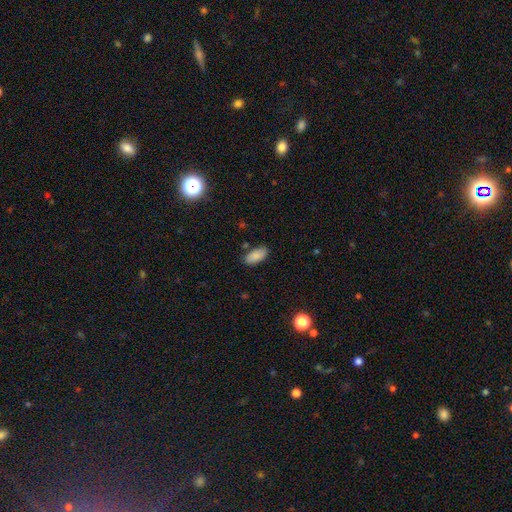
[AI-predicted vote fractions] A smooth galaxy with no disk features (87%) that is in between round and cigar-shaped (91%). Merging: none (82%).